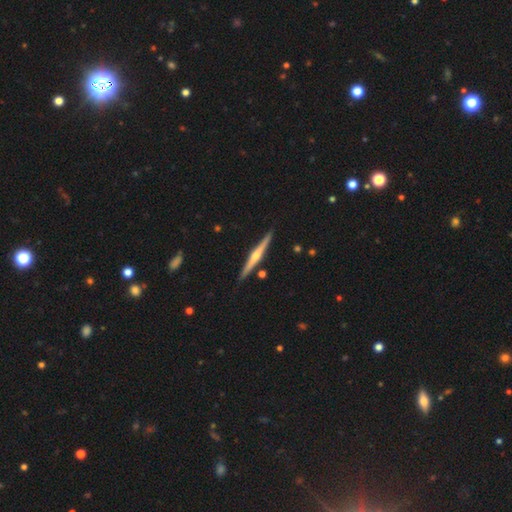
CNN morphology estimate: smooth_or_featured: featured or disk (p=0.75) [alt: smooth p=0.19]
disk_edge_on: yes (p=0.98) [alt: no p=0.02]
edge_on_bulge: rounded (p=0.85) [alt: none p=0.09]
merging: none (p=0.89) [alt: minor disturbance p=0.07]